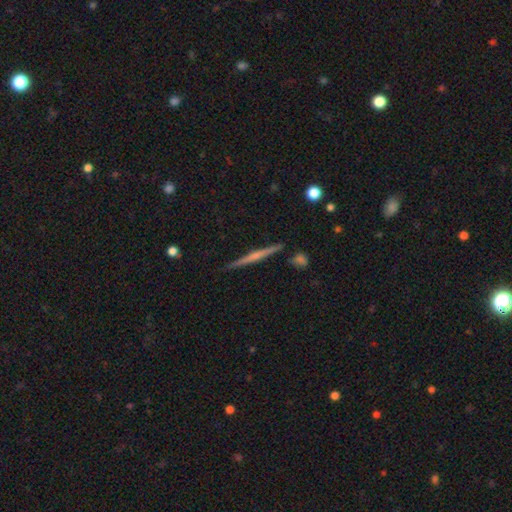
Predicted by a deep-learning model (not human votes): smooth_or_featured: featured or disk (p=0.62) [alt: smooth p=0.32]
disk_edge_on: yes (p=0.98) [alt: no p=0.02]
edge_on_bulge: none (p=0.56) [alt: rounded p=0.32]
merging: none (p=0.89) [alt: minor disturbance p=0.07]